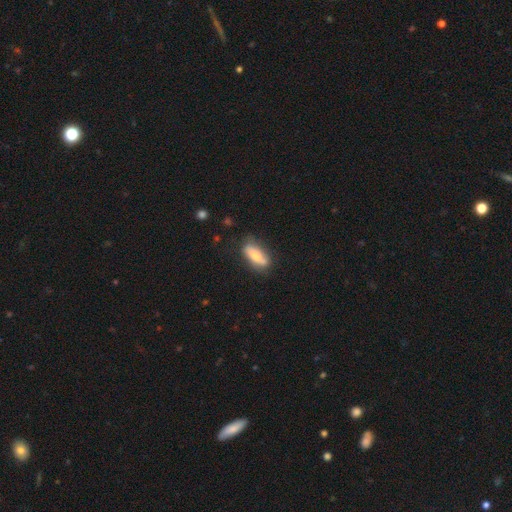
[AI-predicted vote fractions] Smooth or featured? Predicted: smooth (p=0.67). How rounded? Predicted: in between (p=0.62). Merging? Predicted: none (p=0.72).